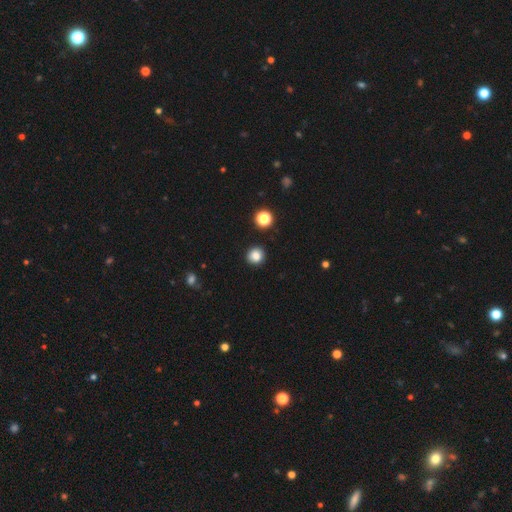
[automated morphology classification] Smooth or featured? smooth (84%)
How rounded? round (90%)
Merging? none (91%)